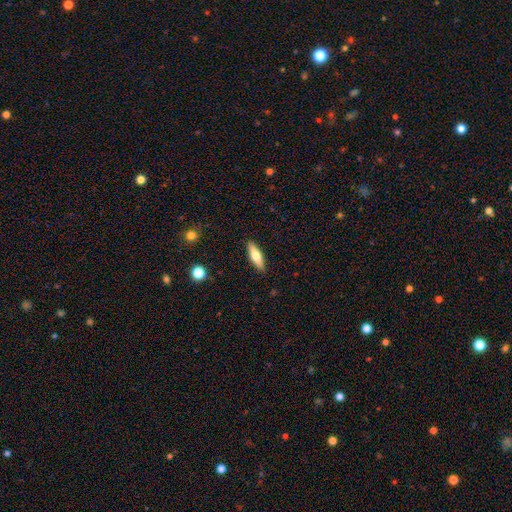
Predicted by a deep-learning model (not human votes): This appears to be a smooth galaxy with no disk features (58%) that is cigar-shaped (61%). Merging: none (89%).